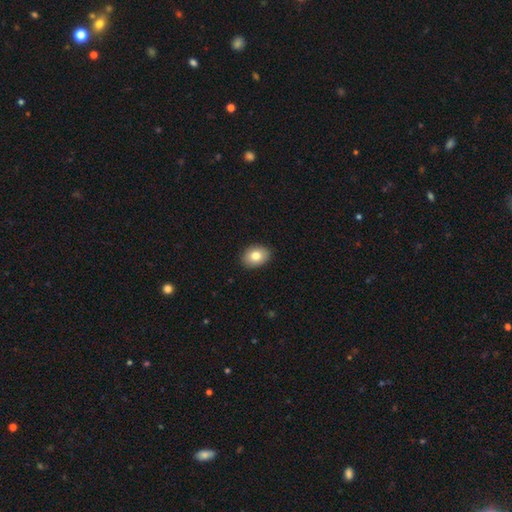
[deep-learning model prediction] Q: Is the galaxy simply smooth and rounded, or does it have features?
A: smooth — 81%.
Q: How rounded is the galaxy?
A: in between — 69%.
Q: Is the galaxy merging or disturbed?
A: none — 90%.